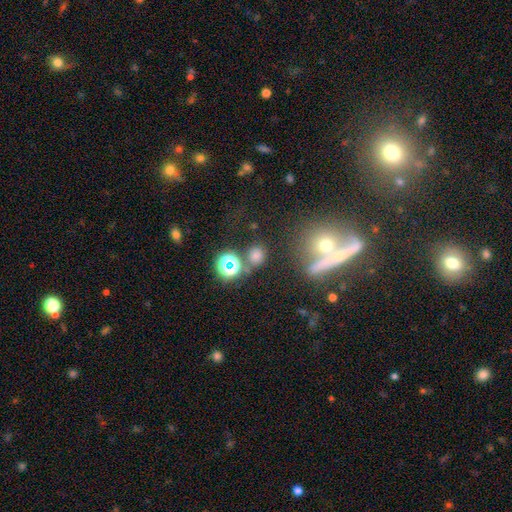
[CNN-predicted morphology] Smooth or featured? smooth (69%)
How rounded? round (75%)
Merging? none (75%)